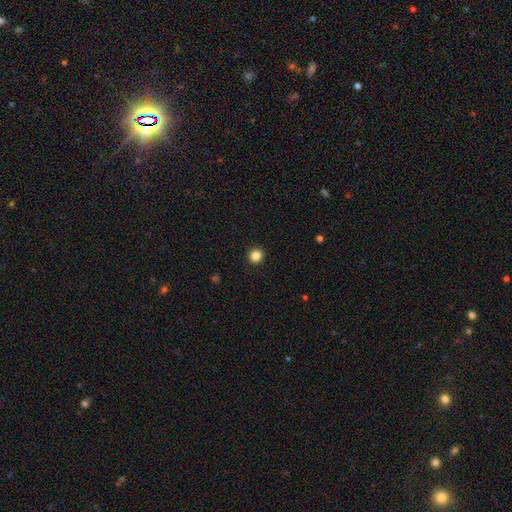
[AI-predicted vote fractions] This is clearly a smooth galaxy (85%). How rounded: clearly round (93%). Merging: clearly none (93%).